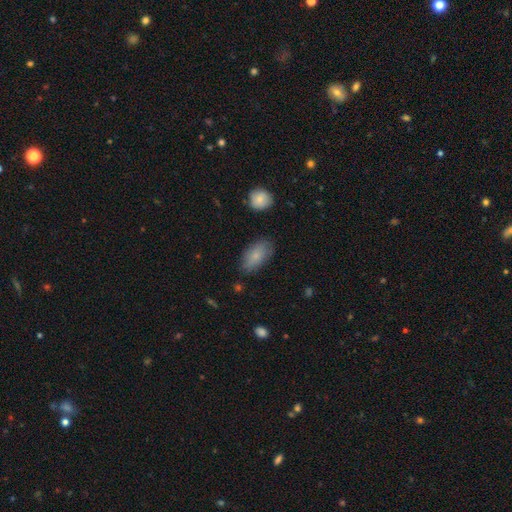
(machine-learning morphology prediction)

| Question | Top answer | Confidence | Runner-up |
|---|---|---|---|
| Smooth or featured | smooth | 80% | featured or disk (13%) |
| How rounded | in between | 92% | cigar-shaped (4%) |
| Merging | none | 77% | minor disturbance (17%) |